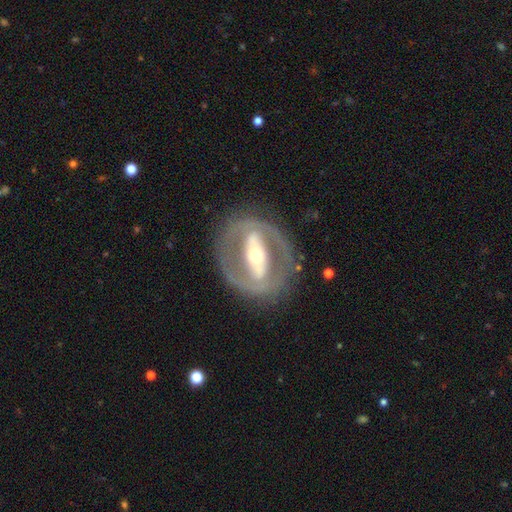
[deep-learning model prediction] smooth_or_featured: featured or disk (p=0.79) [alt: smooth p=0.16]
disk_edge_on: no (p=0.89) [alt: yes p=0.11]
bar: strong (p=0.65) [alt: weak p=0.19]
has_spiral_arms: no (p=0.64) [alt: yes p=0.36]
bulge_size: moderate (p=0.59) [alt: small p=0.30]
merging: none (p=0.77) [alt: minor disturbance p=0.12]